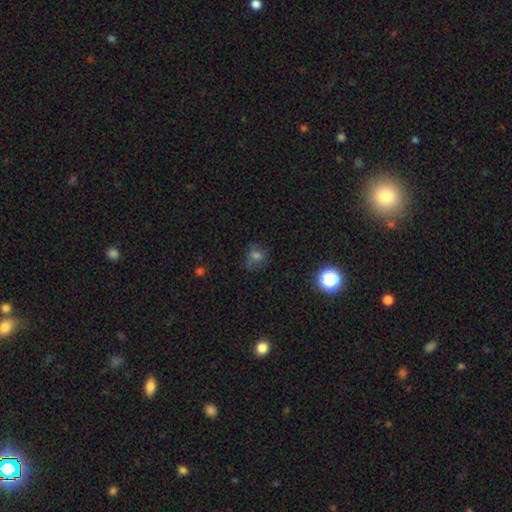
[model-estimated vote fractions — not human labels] Q: Smooth or featured?
A: smooth (62%); runner-up: star or artifact (24%)
Q: How rounded?
A: round (64%); runner-up: in between (35%)
Q: Merging?
A: none (60%); runner-up: minor disturbance (24%)